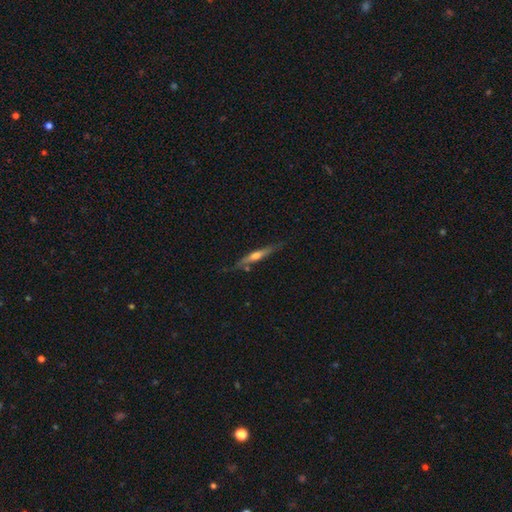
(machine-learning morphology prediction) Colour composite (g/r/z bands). It shows a featured or disk galaxy (60%) viewed edge-on (94%) with a rounded central bulge (78%). Merging: none (77%).